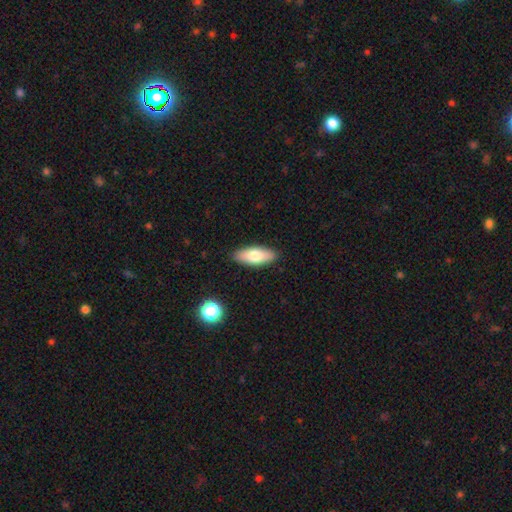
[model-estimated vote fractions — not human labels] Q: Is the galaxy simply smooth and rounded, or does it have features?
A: smooth — 72%.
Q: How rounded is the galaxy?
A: in between — 74%.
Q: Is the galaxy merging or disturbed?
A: none — 89%.